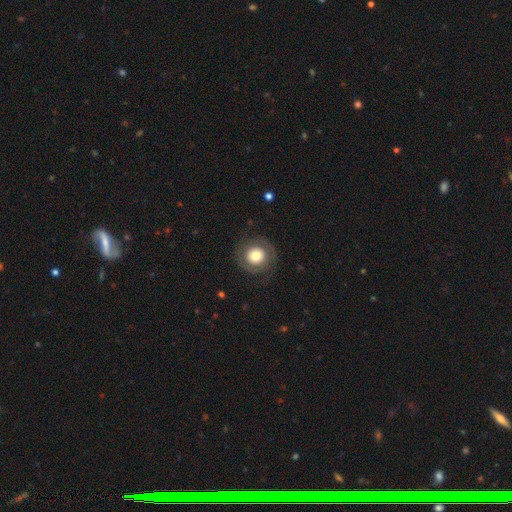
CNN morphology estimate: Smooth or featured: smooth — 57% (featured or disk — 34%)
How rounded: round — 92% (in between — 7%)
Merging: none — 81% (minor disturbance — 11%)